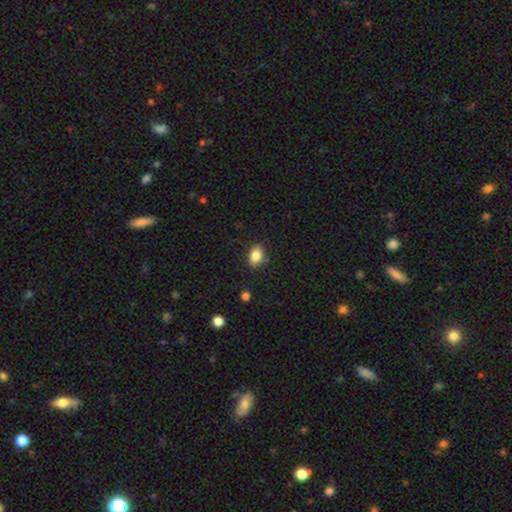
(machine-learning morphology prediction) smooth-or-featured: smooth: 85% | star or artifact: 9% | featured or disk: 6%
  how-rounded: in between: 83% | round: 16% | cigar-shaped: 2%
  merging: none: 85% | minor disturbance: 11% | major disturbance: 2% | merger: 2%